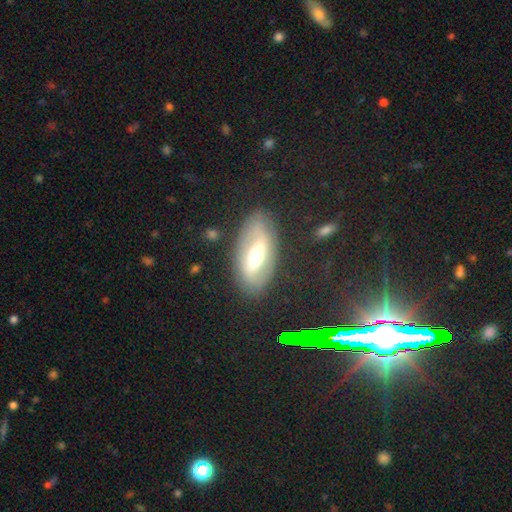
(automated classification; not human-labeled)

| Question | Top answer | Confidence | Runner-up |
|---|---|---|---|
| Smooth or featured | featured or disk | 61% | smooth (31%) |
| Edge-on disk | no | 81% | yes (19%) |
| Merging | none | 79% | minor disturbance (13%) |